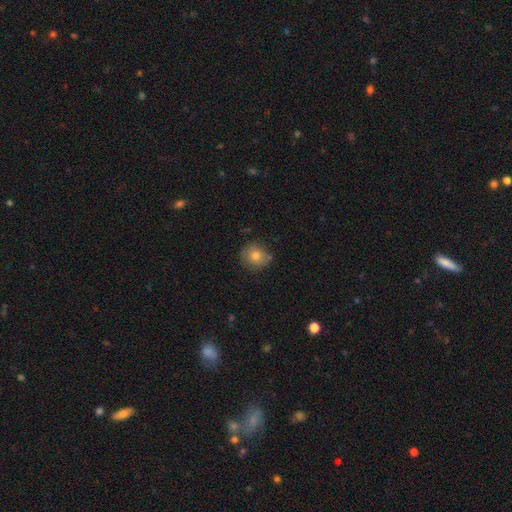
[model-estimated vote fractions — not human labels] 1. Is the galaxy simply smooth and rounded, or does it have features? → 76% smooth, 13% featured or disk, 11% star or artifact.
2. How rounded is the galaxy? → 83% round, 16% in between, 1% cigar-shaped.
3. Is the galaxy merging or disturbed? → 76% none, 17% minor disturbance, 4% merger, 3% major disturbance.